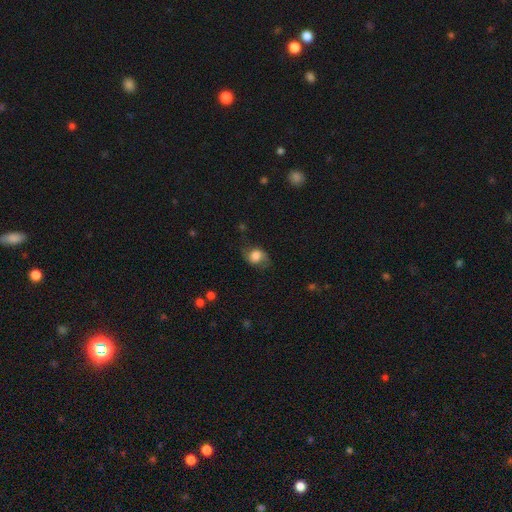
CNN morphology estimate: smooth_or_featured: smooth (p=0.55) [alt: featured or disk p=0.36]
how_rounded: in between (p=0.55) [alt: round p=0.44]
merging: none (p=0.65) [alt: minor disturbance p=0.23]